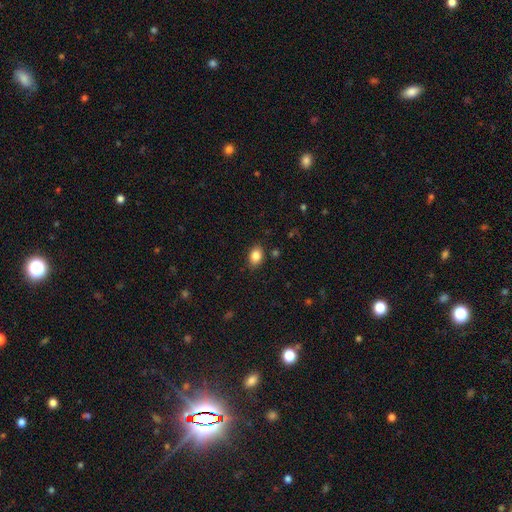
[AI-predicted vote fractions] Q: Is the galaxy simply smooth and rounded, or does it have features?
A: smooth — 86%.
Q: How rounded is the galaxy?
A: in between — 79%.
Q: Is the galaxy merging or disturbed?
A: none — 87%.